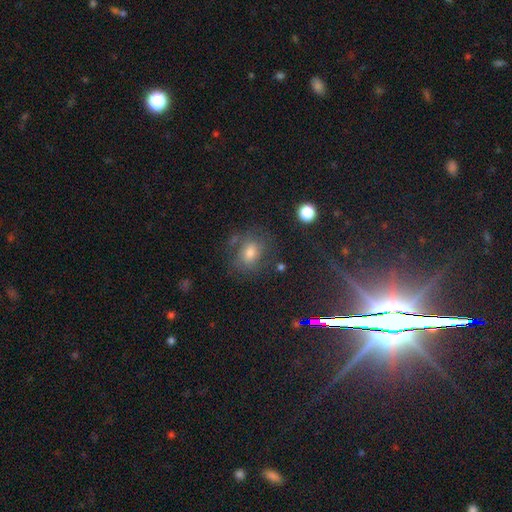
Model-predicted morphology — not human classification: Smooth or featured?
  - smooth: 42% *
  - star or artifact: 34%
  - featured or disk: 24%
Merging?
  - none: 71% *
  - minor disturbance: 16%
  - major disturbance: 8%
  - merger: 4%